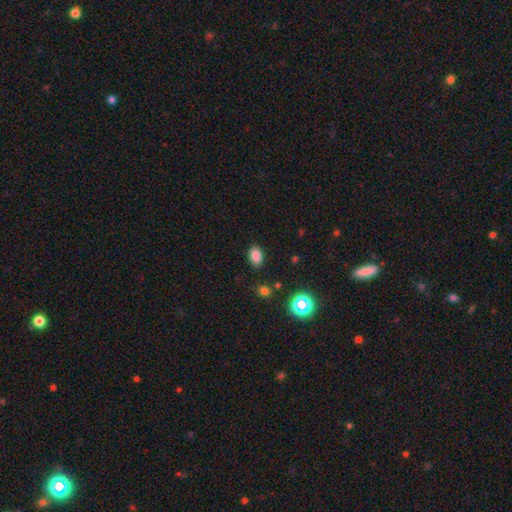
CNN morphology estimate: This appears to be a smooth galaxy with no disk features (82%) that is in between round and cigar-shaped (84%). Merging: none (86%).